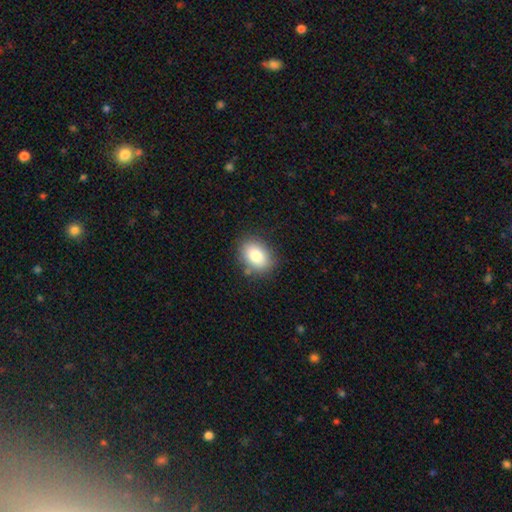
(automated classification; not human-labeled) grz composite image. It shows a smooth galaxy with no disk features (85%) that is in between round and cigar-shaped (74%). Merging: none (82%).